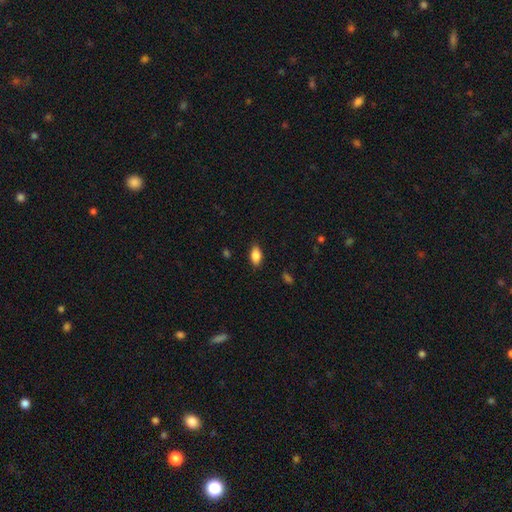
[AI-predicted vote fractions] A smooth galaxy with no disk features (85%) that is in between round and cigar-shaped (90%).

Vote fractions:
- Smooth or featured? smooth: 85% / star or artifact: 8% / featured or disk: 8%
- How rounded? in between: 90% / round: 5% / cigar-shaped: 5%
- Merging? none: 86% / minor disturbance: 11% / major disturbance: 2% / merger: 1%